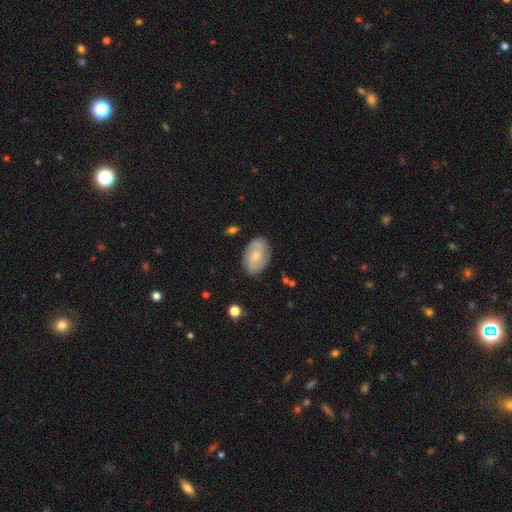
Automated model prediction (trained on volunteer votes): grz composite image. It shows a featured or disk galaxy (56%) with no bar (63%), spiral arms (87%) and a small central bulge (53%). Merging: none (81%).